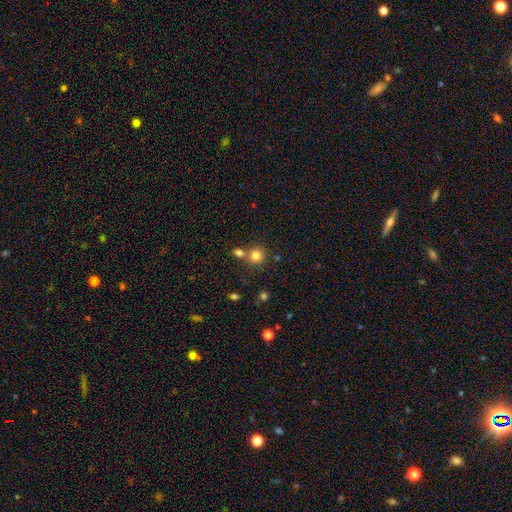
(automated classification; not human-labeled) Morphology: type=smooth (80%); roundness=round (89%); merging=none (65%).